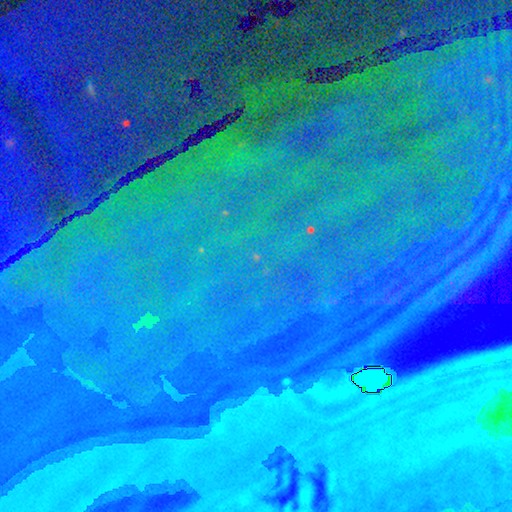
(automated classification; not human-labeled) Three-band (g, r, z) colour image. It shows a star or artifact, not a galaxy (86%).